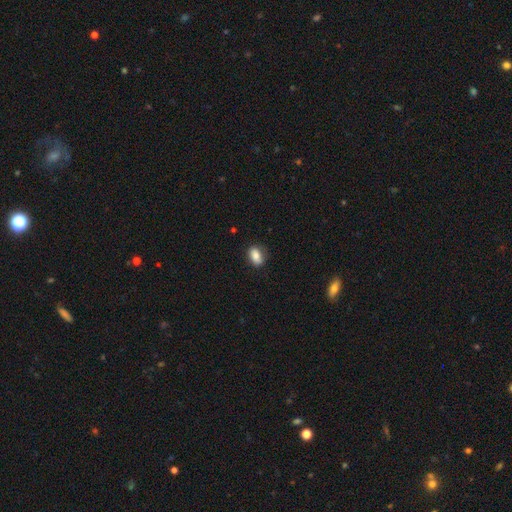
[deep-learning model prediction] The model was most divided on "merging": none: 77%, minor disturbance: 18%, major disturbance: 4%, merger: 1%. More confident: how rounded — in between (84%); smooth or featured — smooth (83%).